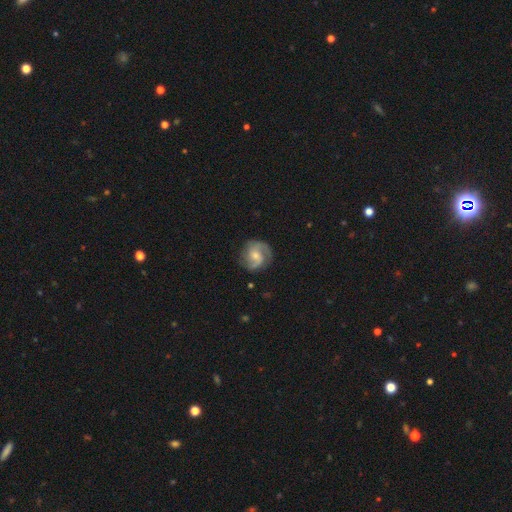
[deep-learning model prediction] Morphology: type=featured or disk (81%); edge-on=no (98%); bar=no (54%); spiral arms=yes (96%); winding=medium (51%); arm count=2 (76%); bulge=small (48%); merging=none (77%).